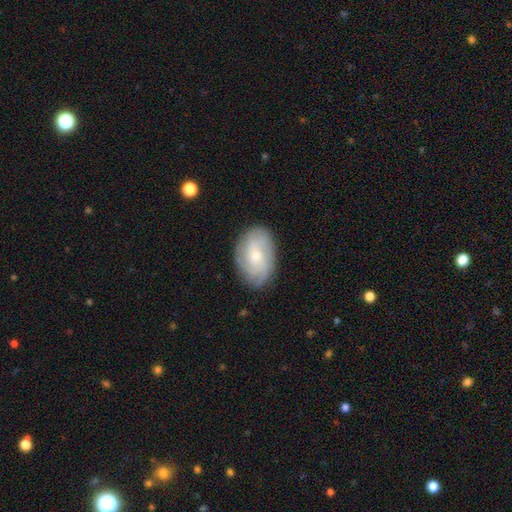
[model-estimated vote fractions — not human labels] A featured or disk galaxy (63%) with no bar (72%), tight (56%) spiral arms (87%) and a small central bulge (66%). Merging: none (80%).